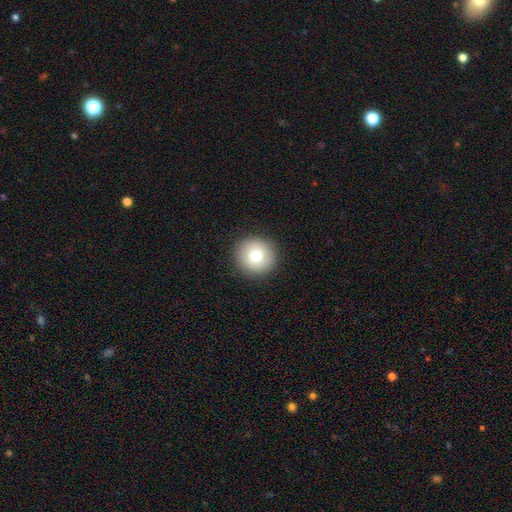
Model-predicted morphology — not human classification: The model was most divided on "smooth or featured": smooth: 77%, featured or disk: 13%, star or artifact: 10%. More confident: how rounded — round (95%); merging — none (91%).